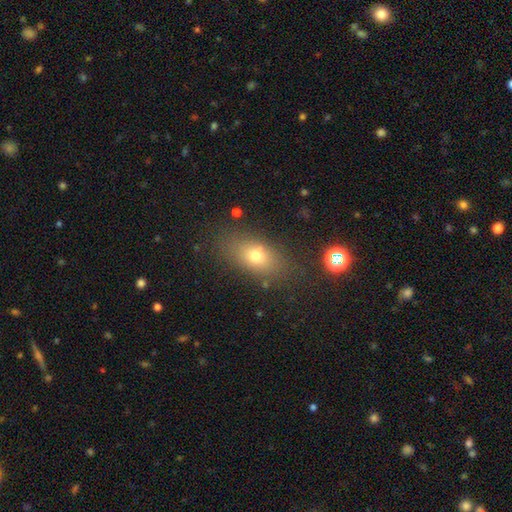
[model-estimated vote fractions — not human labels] Smooth or featured? Predicted: smooth (p=0.72). How rounded? Predicted: in between (p=0.79). Merging? Predicted: none (p=0.79).